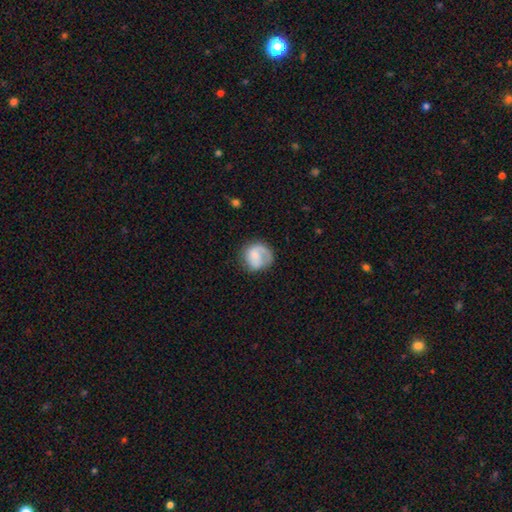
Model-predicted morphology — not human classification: The model was most divided on "smooth or featured": smooth: 55%, featured or disk: 38%, star or artifact: 7%. More confident: how rounded — round (80%); merging — none (57%).